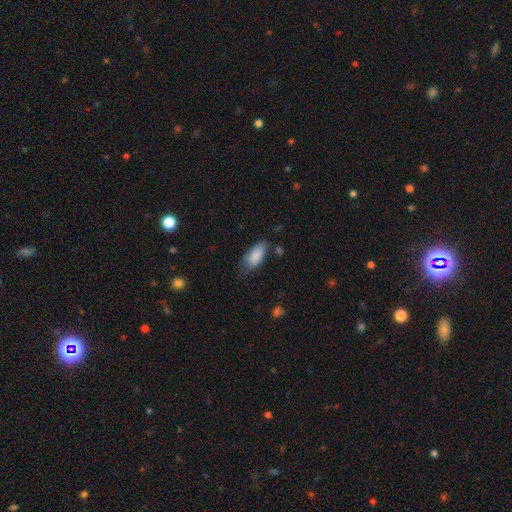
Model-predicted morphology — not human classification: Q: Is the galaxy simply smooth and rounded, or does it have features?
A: smooth — 85%.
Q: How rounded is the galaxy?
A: in between — 91%.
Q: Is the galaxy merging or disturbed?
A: none — 54%.